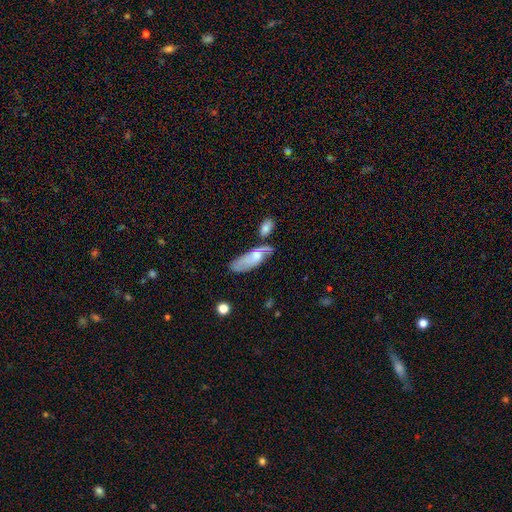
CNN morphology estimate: The model was most divided on "merging": none: 45%, minor disturbance: 25%, merger: 19%, major disturbance: 11%. More confident: how rounded — in between (66%); smooth or featured — smooth (60%).